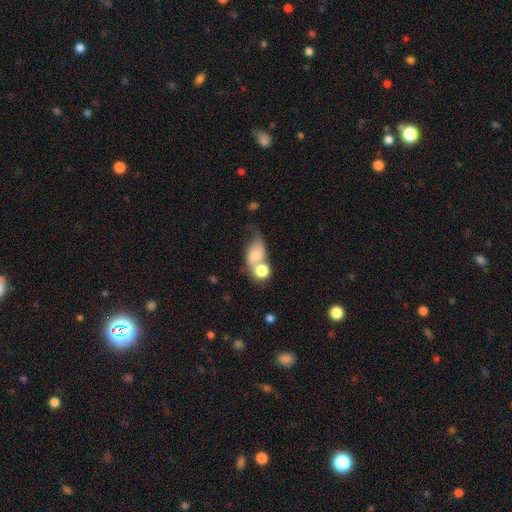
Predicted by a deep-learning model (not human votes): Smooth or featured? smooth (60%)
How rounded? in between (68%)
Merging? merger (45%)